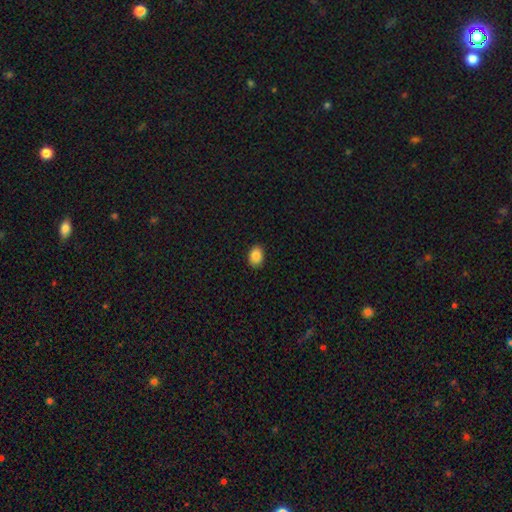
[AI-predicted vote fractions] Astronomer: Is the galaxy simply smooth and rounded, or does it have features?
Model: smooth — 88%.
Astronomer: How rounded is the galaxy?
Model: in between — 75%.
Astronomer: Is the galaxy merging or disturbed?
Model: none — 89%.